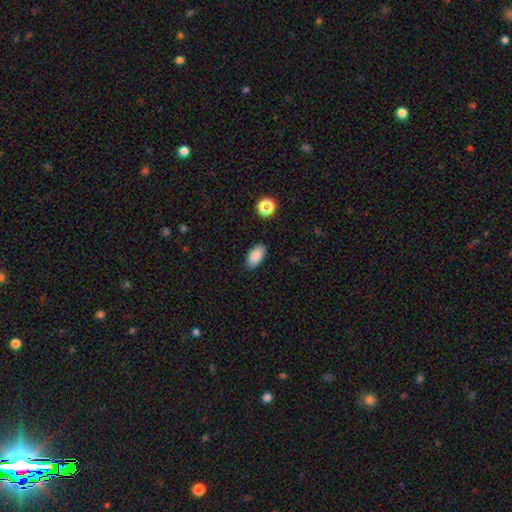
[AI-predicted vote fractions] A smooth galaxy with no disk features (87%) that is in between round and cigar-shaped (93%). Merging: none (84%).